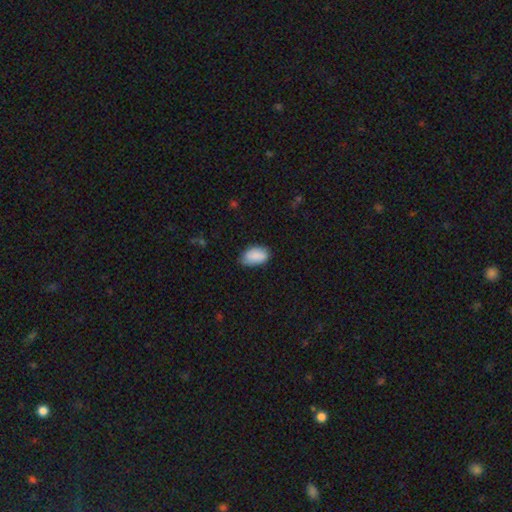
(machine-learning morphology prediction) This is clearly a smooth galaxy (88%). How rounded: clearly in between (92%). Merging: likely none (68%).